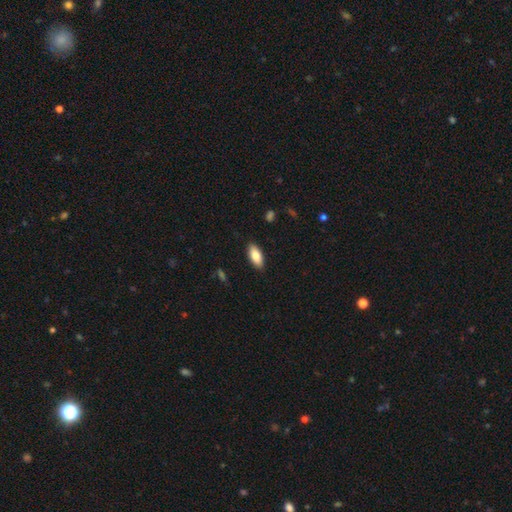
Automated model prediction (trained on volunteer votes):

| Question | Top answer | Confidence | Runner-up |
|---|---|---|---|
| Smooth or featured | smooth | 82% | featured or disk (12%) |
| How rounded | in between | 87% | cigar-shaped (11%) |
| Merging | none | 89% | minor disturbance (8%) |